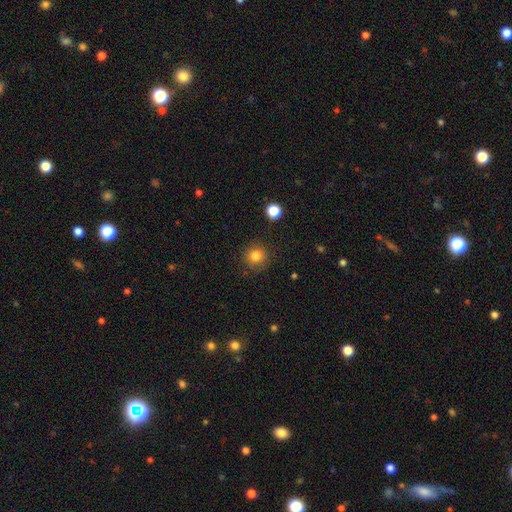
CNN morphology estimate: Overall: smooth (82%). How rounded: round (92%). Merging: none (88%).